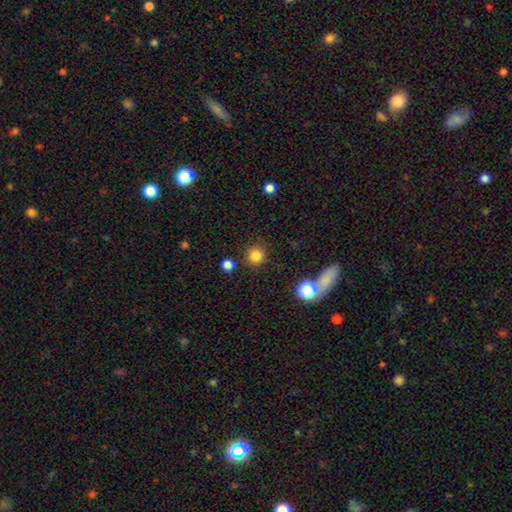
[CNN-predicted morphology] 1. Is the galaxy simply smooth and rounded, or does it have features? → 82% smooth, 13% star or artifact, 5% featured or disk.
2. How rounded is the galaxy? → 93% round, 6% in between, 1% cigar-shaped.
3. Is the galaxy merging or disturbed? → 86% none, 7% minor disturbance, 4% merger, 3% major disturbance.